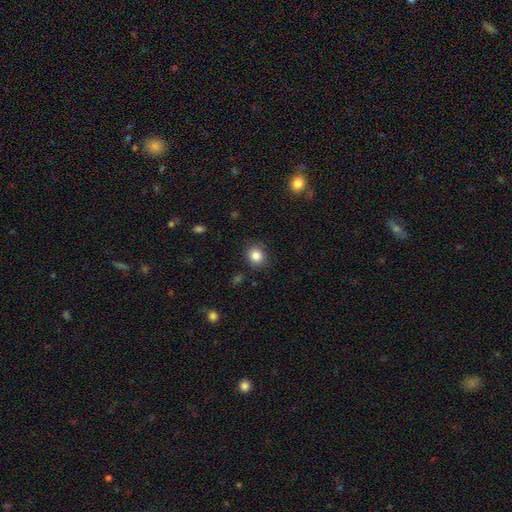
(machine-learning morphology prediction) This appears to be a smooth galaxy with no disk features (84%) that is round (74%). Merging: none (86%).